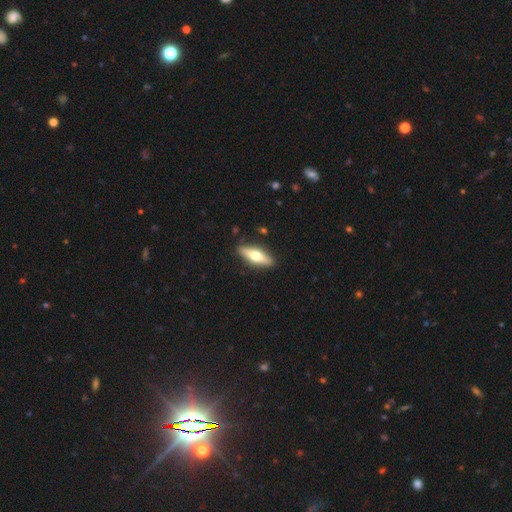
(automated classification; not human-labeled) This is possibly a smooth galaxy (51%). How rounded: possibly cigar-shaped (54%). Merging: clearly none (88%).